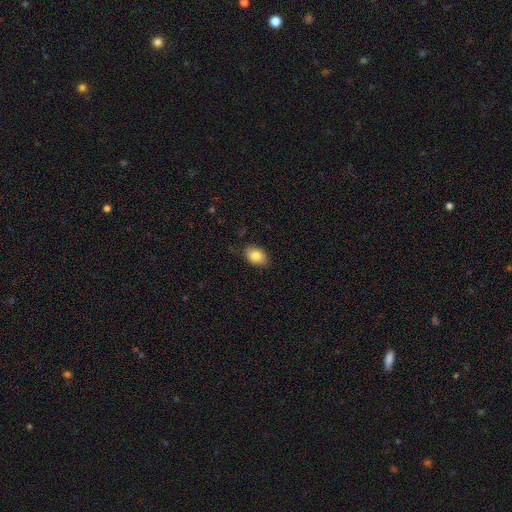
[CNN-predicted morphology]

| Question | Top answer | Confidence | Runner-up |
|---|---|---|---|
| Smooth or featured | smooth | 84% | featured or disk (8%) |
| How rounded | in between | 84% | round (15%) |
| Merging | none | 81% | minor disturbance (15%) |